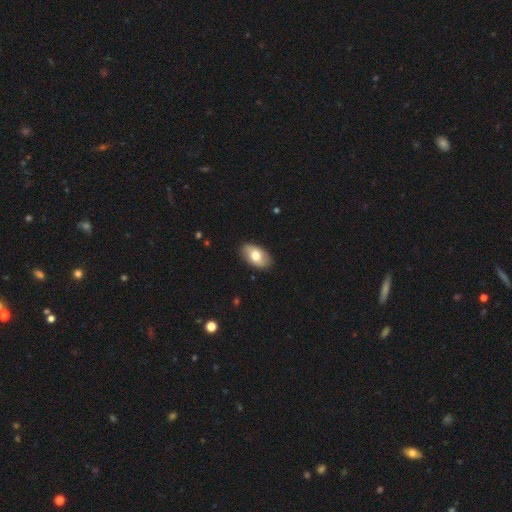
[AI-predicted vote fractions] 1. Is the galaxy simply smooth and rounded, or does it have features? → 74% smooth, 20% featured or disk, 6% star or artifact.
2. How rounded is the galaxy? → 93% in between, 5% round, 2% cigar-shaped.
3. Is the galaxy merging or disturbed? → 87% none, 10% minor disturbance, 2% major disturbance, 1% merger.